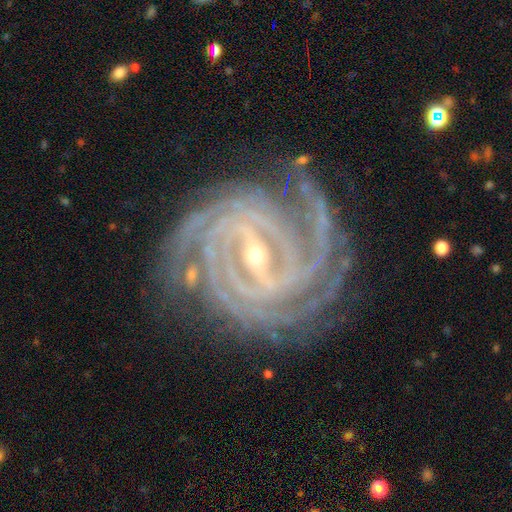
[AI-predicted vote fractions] Smooth or featured? Predicted: featured or disk (p=0.93). Edge-on disk? Predicted: no (p=0.97). Bar? Predicted: strong (p=0.65). Spiral arms? Predicted: yes (p=0.99). Spiral winding? Predicted: tight (p=0.81). Spiral arm count? Predicted: 4 (p=0.32). Bulge size? Predicted: small (p=0.76). Merging? Predicted: none (p=0.75).